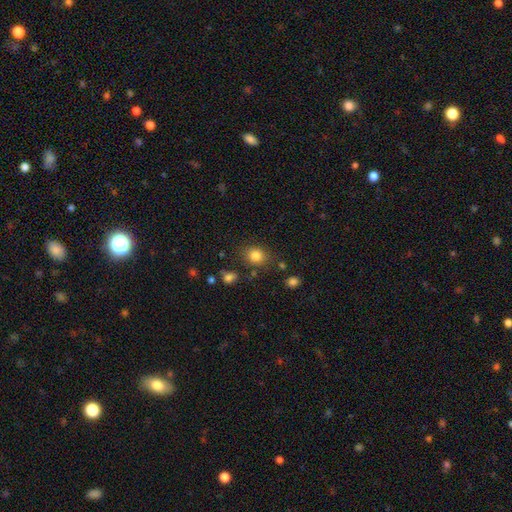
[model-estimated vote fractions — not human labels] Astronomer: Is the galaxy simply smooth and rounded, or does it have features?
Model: smooth — 82%.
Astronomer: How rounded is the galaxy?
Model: round — 64%.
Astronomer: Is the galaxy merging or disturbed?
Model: none — 80%.